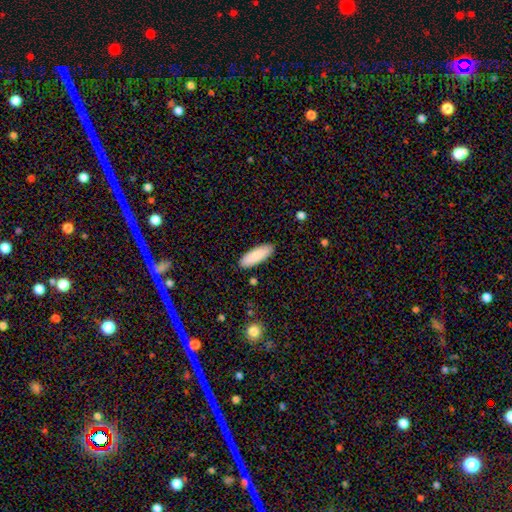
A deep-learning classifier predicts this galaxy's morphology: Q: Smooth or featured?
A: smooth (88%); runner-up: featured or disk (6%)
Q: How rounded?
A: in between (66%); runner-up: cigar-shaped (32%)
Q: Merging?
A: none (89%); runner-up: minor disturbance (8%)